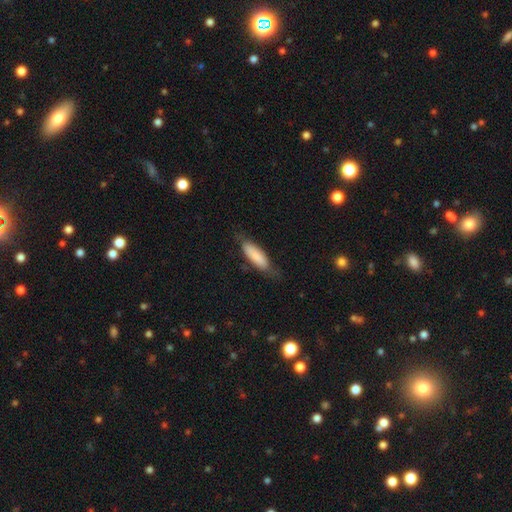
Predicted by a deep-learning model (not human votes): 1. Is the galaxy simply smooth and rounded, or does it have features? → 80% smooth, 14% featured or disk, 6% star or artifact.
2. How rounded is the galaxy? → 54% in between, 44% cigar-shaped, 2% round.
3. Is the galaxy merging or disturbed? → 68% none, 23% minor disturbance, 7% major disturbance, 2% merger.